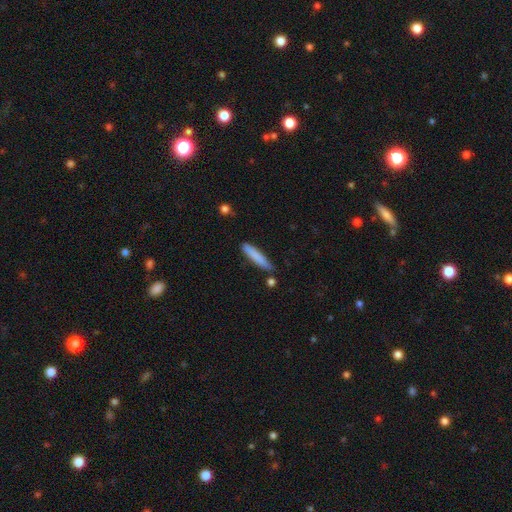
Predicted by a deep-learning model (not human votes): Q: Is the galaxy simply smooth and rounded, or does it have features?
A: smooth — 81%.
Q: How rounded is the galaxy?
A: cigar-shaped — 92%.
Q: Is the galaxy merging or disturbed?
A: none — 80%.